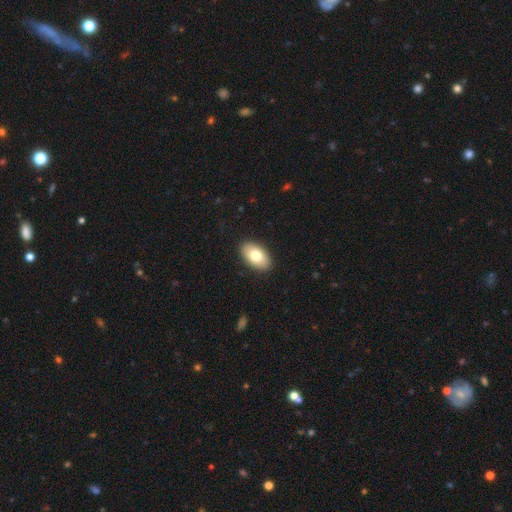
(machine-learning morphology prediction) smooth 77%, featured or disk 16%, star or artifact 7%. Down the decision tree: how rounded — in between (94%); merging — none (90%).